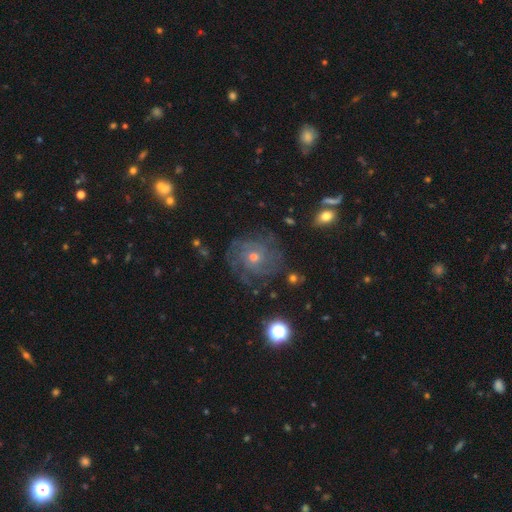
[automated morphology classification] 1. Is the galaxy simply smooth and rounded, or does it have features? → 76% featured or disk, 14% star or artifact, 10% smooth.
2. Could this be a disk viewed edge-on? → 97% no, 3% yes.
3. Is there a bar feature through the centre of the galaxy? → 77% no, 19% weak, 4% strong.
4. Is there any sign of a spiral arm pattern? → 95% yes, 5% no.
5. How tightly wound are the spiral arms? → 72% tight, 23% medium, 5% loose.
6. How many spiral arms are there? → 34% can't tell, 22% 3, 15% 2, 14% 4, 9% more than 4, 8% 1.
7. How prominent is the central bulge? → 53% small, 43% moderate, 2% large, 1% none, 1% dominant.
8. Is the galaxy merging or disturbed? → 79% none, 13% minor disturbance, 6% major disturbance, 2% merger.